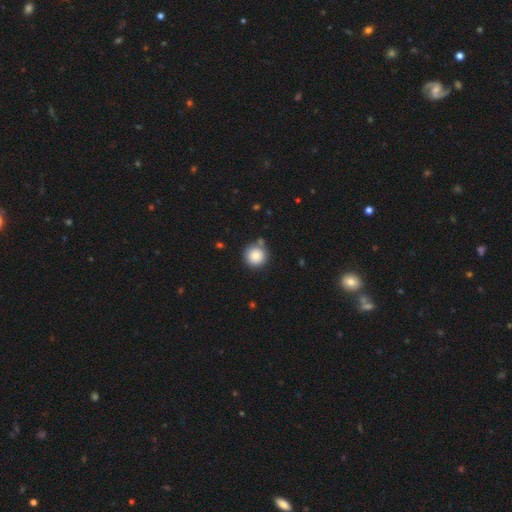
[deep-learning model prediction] smooth 82%, star or artifact 9%, featured or disk 9%. Down the decision tree: how rounded — round (96%); merging — none (80%).